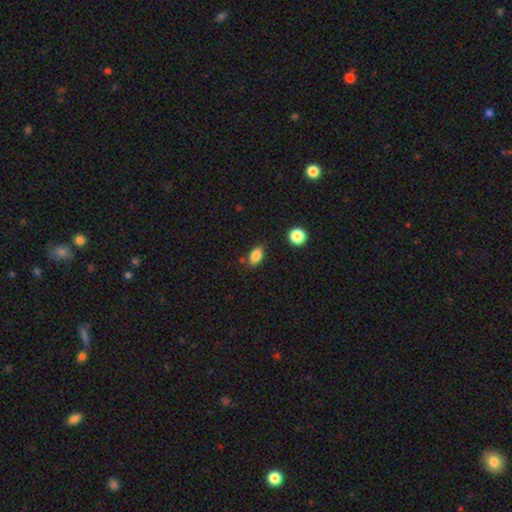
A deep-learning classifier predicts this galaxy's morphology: Smooth or featured? smooth (85%)
How rounded? in between (86%)
Merging? none (78%)